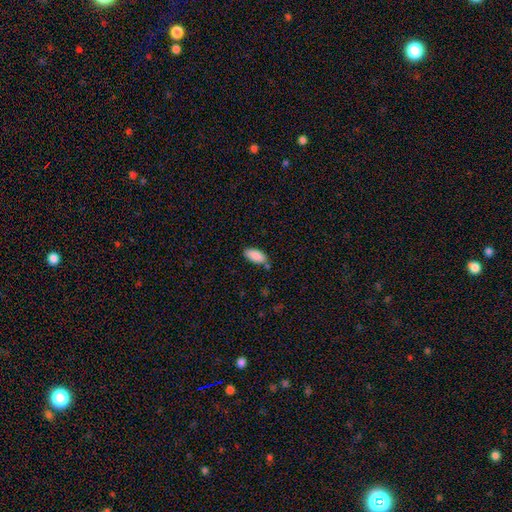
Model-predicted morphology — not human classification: Overall: smooth (89%). How rounded: in between (92%). Merging: none (77%).